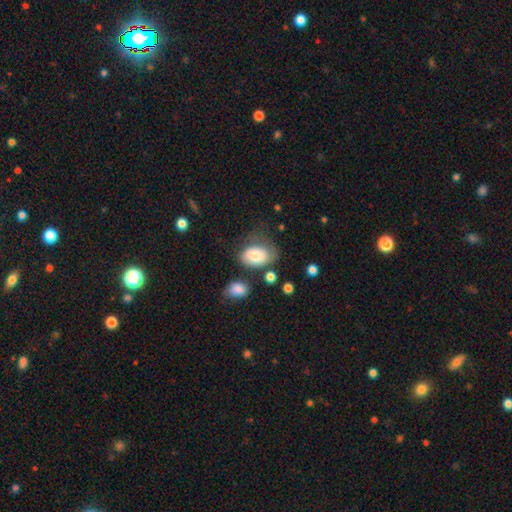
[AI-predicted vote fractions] smooth_or_featured: smooth (p=0.77) [alt: featured or disk p=0.16]
how_rounded: in between (p=0.86) [alt: round p=0.12]
merging: none (p=0.41) [alt: minor disturbance p=0.30]